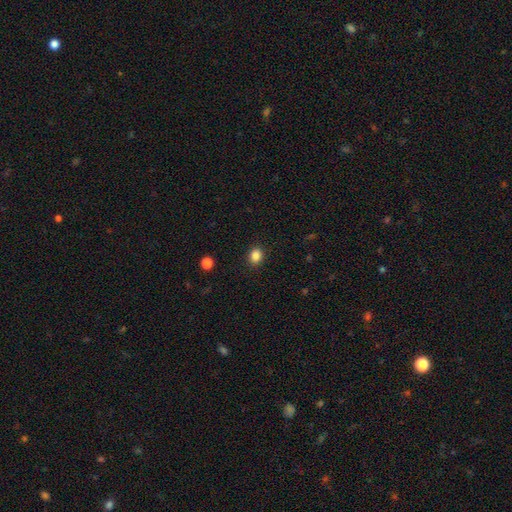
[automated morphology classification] type=smooth (85%); roundness=round (55%); merging=none (90%).